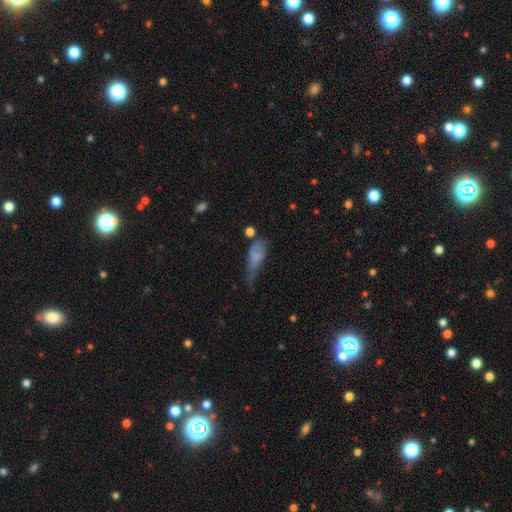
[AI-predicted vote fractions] smooth-or-featured: smooth: 66% | featured or disk: 23% | star or artifact: 11%
  how-rounded: in between: 69% | cigar-shaped: 26% | round: 5%
  merging: major disturbance: 38% | minor disturbance: 32% | none: 21% | merger: 9%